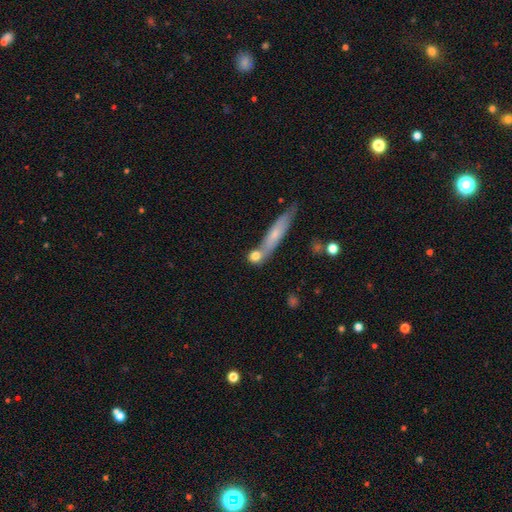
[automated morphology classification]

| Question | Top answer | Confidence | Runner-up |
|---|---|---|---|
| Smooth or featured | smooth | 75% | featured or disk (16%) |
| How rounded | round | 60% | cigar-shaped (21%) |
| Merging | none | 53% | merger (30%) |